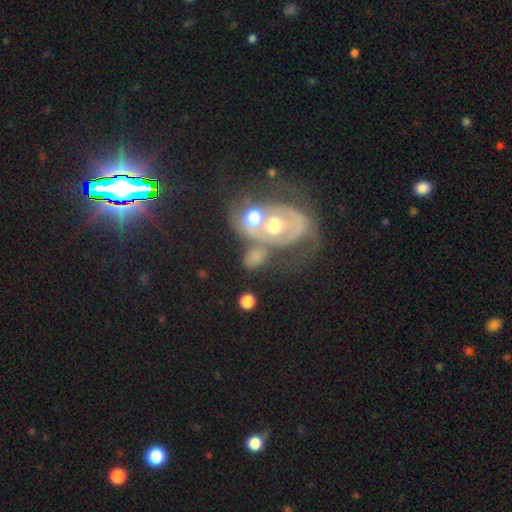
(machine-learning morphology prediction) Smooth or featured? featured or disk (52%)
Edge-on disk? no (95%)
Merging? merger (46%)